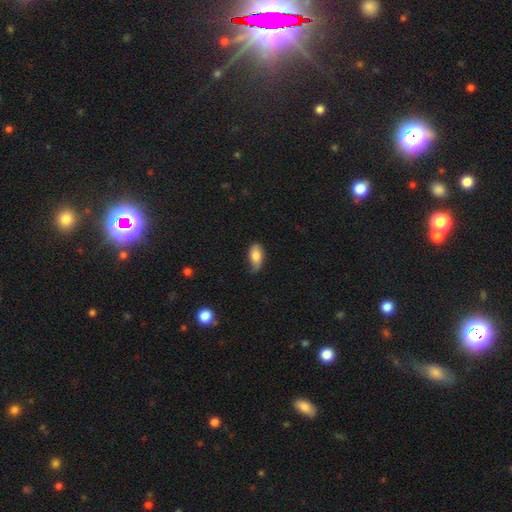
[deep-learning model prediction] Q: Smooth or featured?
A: smooth (78%); runner-up: featured or disk (15%)
Q: How rounded?
A: in between (90%); runner-up: cigar-shaped (6%)
Q: Merging?
A: none (57%); runner-up: minor disturbance (34%)